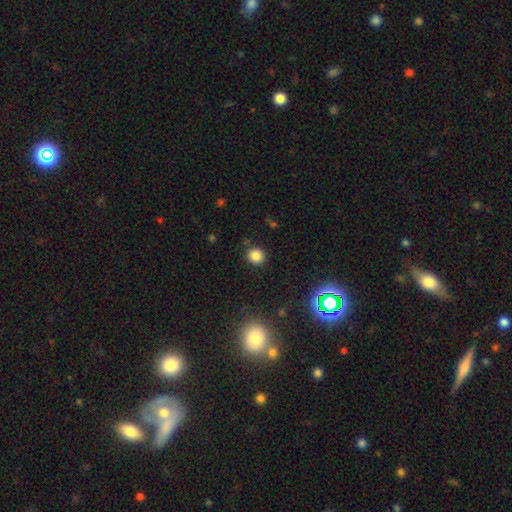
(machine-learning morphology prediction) Overall: smooth (81%). How rounded: round (88%). Merging: none (86%).